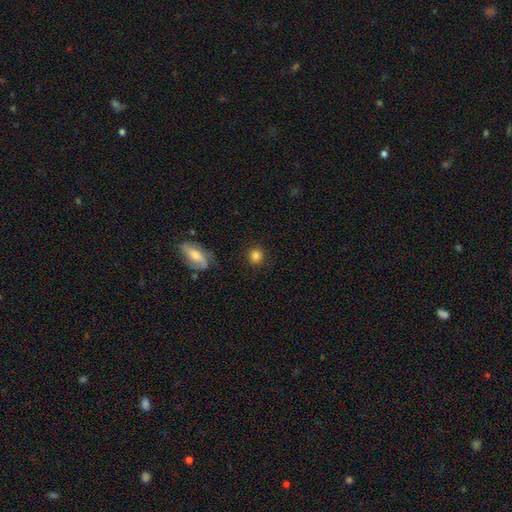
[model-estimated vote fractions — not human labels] smooth 82%, star or artifact 11%, featured or disk 8%. Down the decision tree: how rounded — round (89%); merging — none (88%).